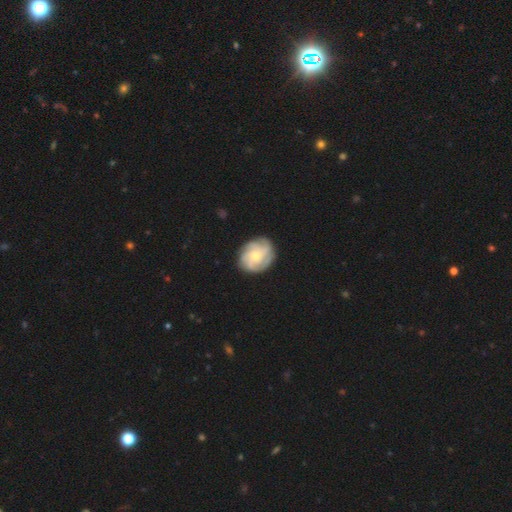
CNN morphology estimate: Smooth or featured: featured or disk — 71% (smooth — 23%)
Edge-on disk: no — 98% (yes — 2%)
Bar: no — 76% (weak — 21%)
Spiral arms: yes — 93% (no — 7%)
Spiral winding: tight — 51% (medium — 36%)
Spiral arm count: can't tell — 28% (4 — 26%)
Bulge size: small — 51% (moderate — 44%)
Merging: none — 81% (minor disturbance — 14%)